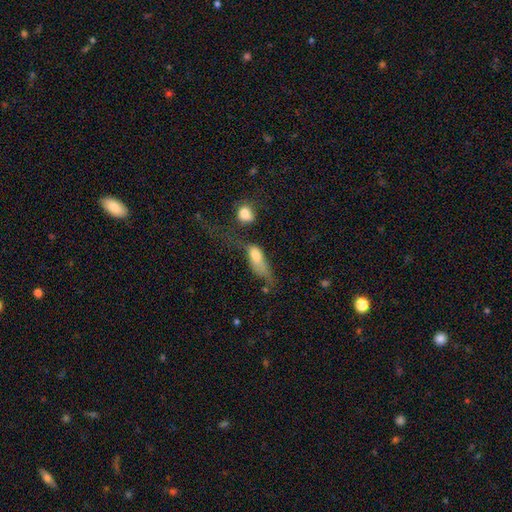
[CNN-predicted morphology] A smooth galaxy with no disk features (64%) that is in between round and cigar-shaped (67%). Merging: major disturbance (46%).